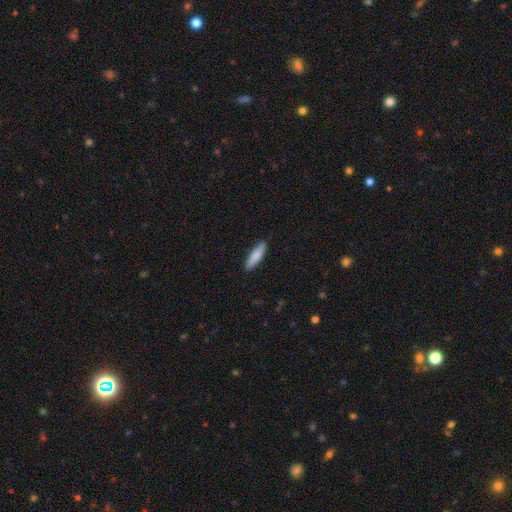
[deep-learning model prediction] Overall: smooth (83%). How rounded: cigar-shaped (67%; in between 31%). Merging: none (89%).